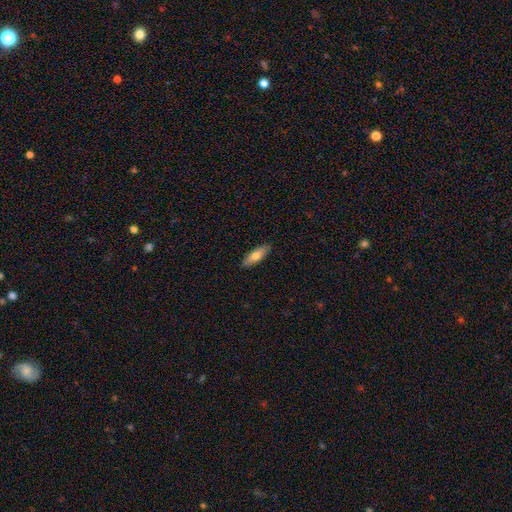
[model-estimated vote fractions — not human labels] This is likely a smooth galaxy (74%). How rounded: possibly in between (58%). Merging: clearly none (89%).